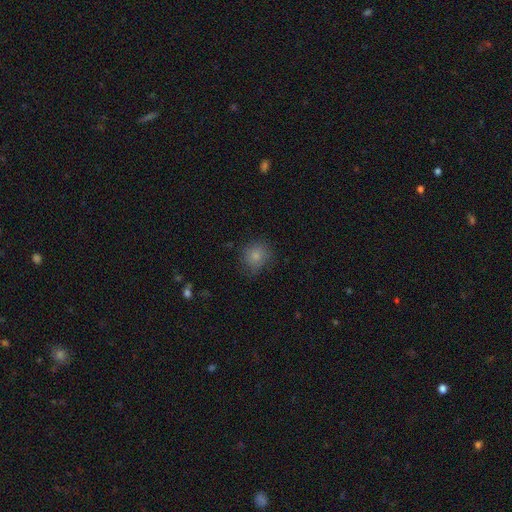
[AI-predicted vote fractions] This appears to be a smooth galaxy with no disk features (81%) that is round (81%). Merging: none (73%).